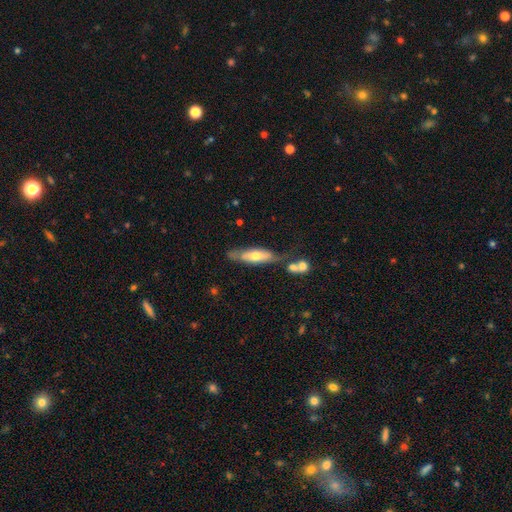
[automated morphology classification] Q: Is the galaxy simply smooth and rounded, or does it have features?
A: smooth — 50%.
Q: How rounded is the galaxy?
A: cigar-shaped — 58%.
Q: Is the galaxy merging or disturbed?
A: none — 54%.